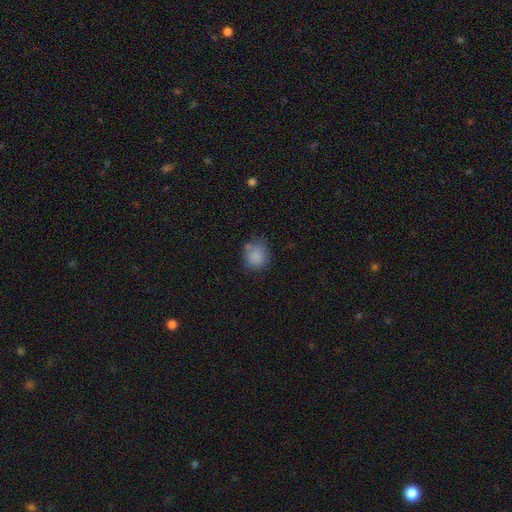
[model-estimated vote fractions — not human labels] Overall: smooth (82%). How rounded: round (78%). Merging: none (64%).